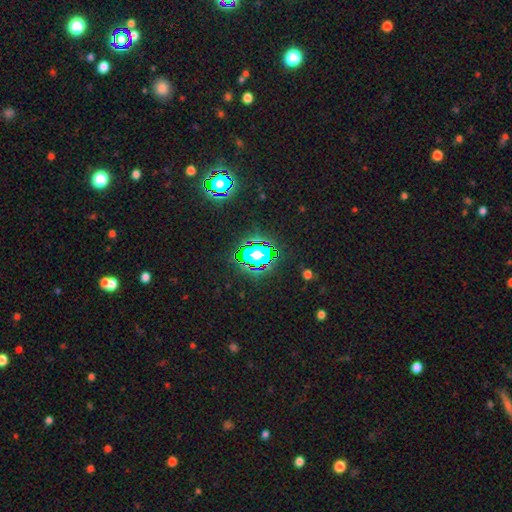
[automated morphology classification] The model was most divided on "smooth or featured": star or artifact: 61%, smooth: 26%, featured or disk: 13%.